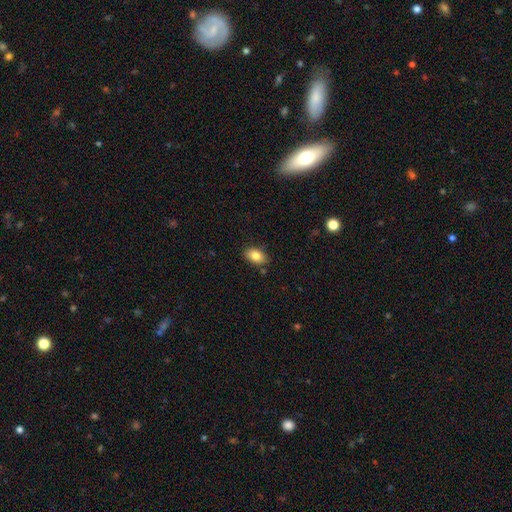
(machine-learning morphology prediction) Overall: smooth (82%). How rounded: in between (88%). Merging: none (84%).